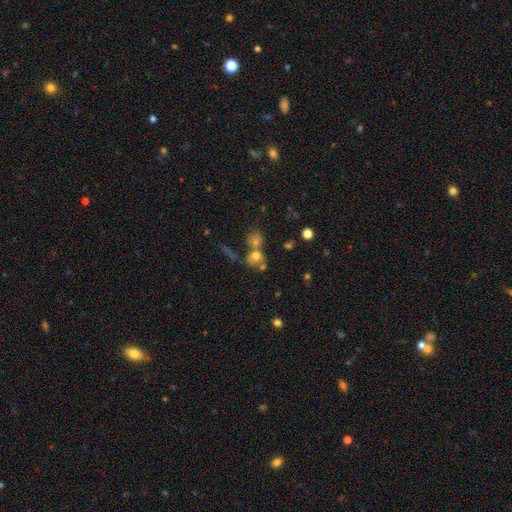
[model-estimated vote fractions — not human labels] The model was most divided on "merging": merger: 47%, none: 39%, minor disturbance: 9%, major disturbance: 5%. More confident: how rounded — round (71%); smooth or featured — smooth (68%).